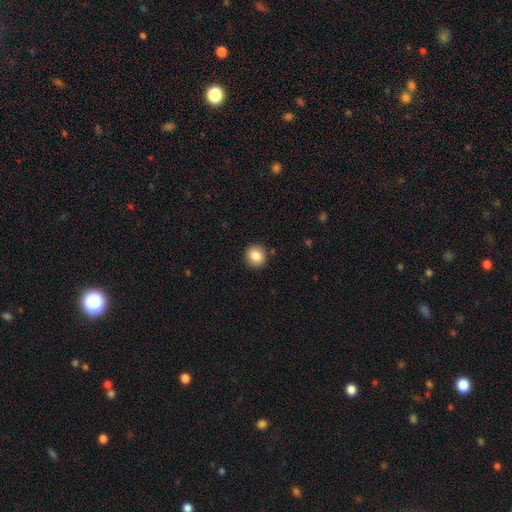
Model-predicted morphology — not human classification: Smooth or featured? smooth (86%)
How rounded? round (88%)
Merging? none (90%)